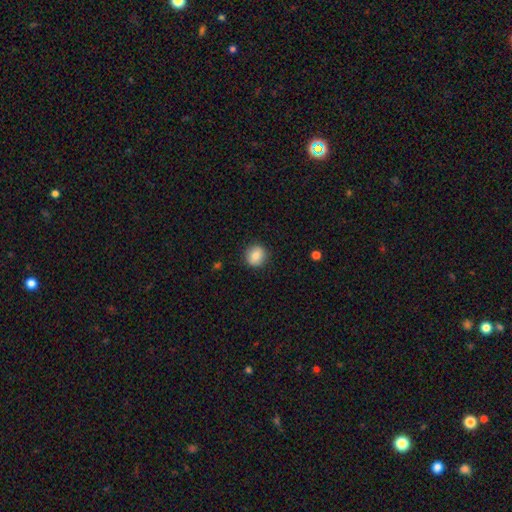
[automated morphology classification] type=smooth (85%); roundness=round (85%); merging=none (89%).